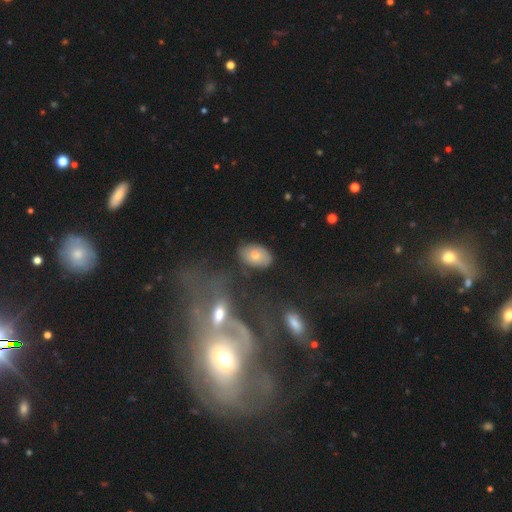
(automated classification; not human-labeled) Smooth or featured? smooth (67%)
How rounded? in between (88%)
Merging? none (73%)